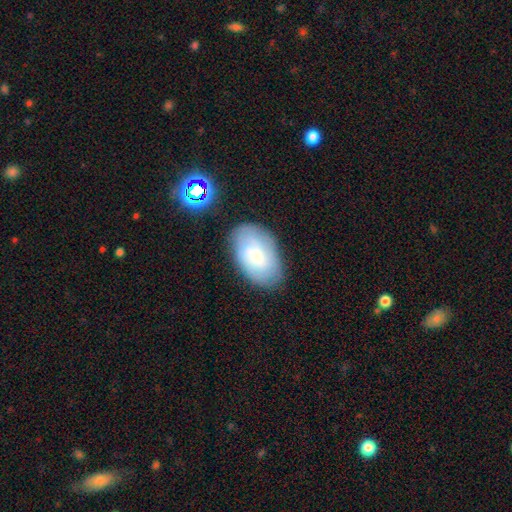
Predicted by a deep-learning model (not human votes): A smooth galaxy with no disk features (58%) that is in between round and cigar-shaped (92%). Merging: none (77%).